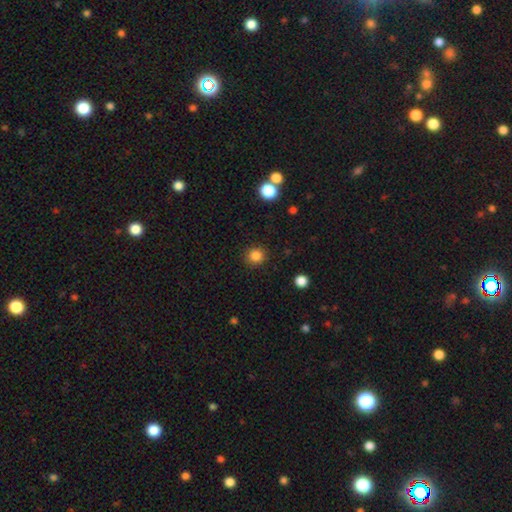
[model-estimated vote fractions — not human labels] This is clearly a smooth galaxy (84%). How rounded: clearly round (90%). Merging: clearly none (89%).